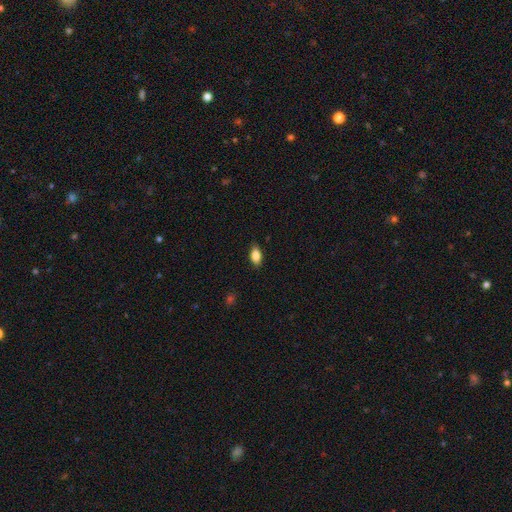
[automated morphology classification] Overall: smooth (83%). How rounded: in between (89%). Merging: none (87%).